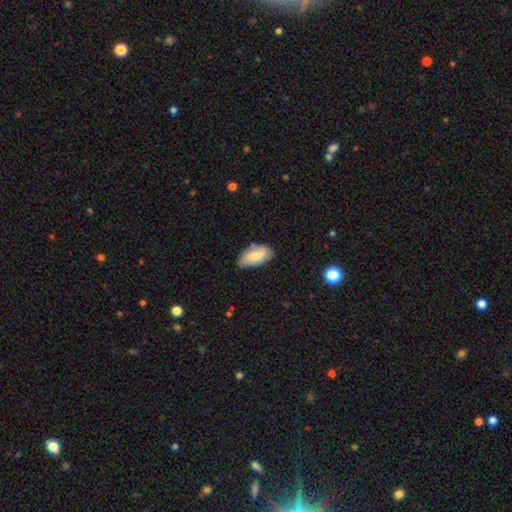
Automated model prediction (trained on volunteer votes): smooth-or-featured: smooth: 72% | featured or disk: 21% | star or artifact: 7%
  how-rounded: in between: 93% | cigar-shaped: 4% | round: 3%
  merging: none: 65% | minor disturbance: 28% | major disturbance: 5% | merger: 3%